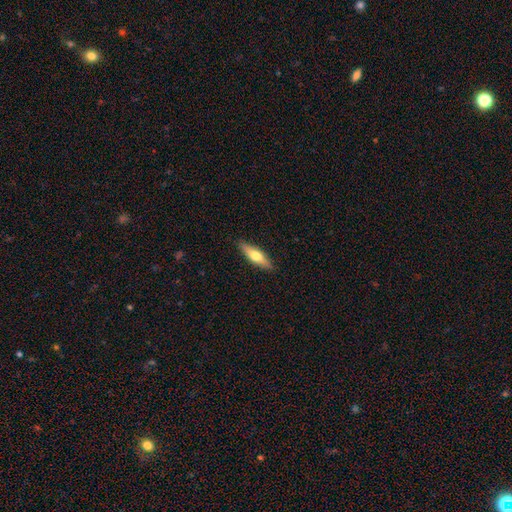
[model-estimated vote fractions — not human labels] A smooth galaxy with no disk features (53%) that is cigar-shaped (60%). Merging: none (89%).